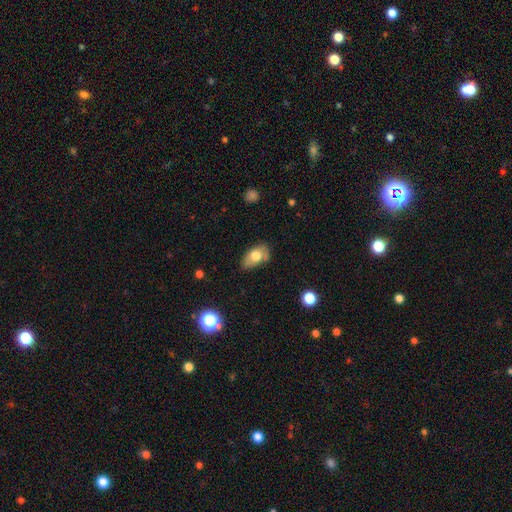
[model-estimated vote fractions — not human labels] Overall: smooth (71%). How rounded: in between (91%). Merging: none (62%; minor disturbance 28%).